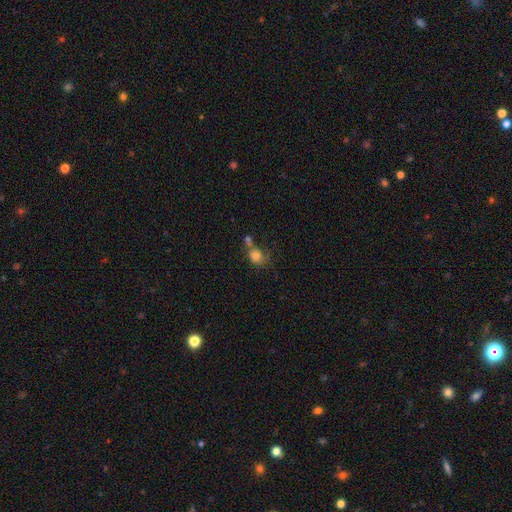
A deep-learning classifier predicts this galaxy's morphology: A smooth galaxy with no disk features (80%) that is round (64%).

Vote fractions:
- Smooth or featured? smooth: 80% / star or artifact: 10% / featured or disk: 10%
- How rounded? round: 64% / in between: 34% / cigar-shaped: 1%
- Merging? merger: 38% / none: 35% / minor disturbance: 16% / major disturbance: 11%